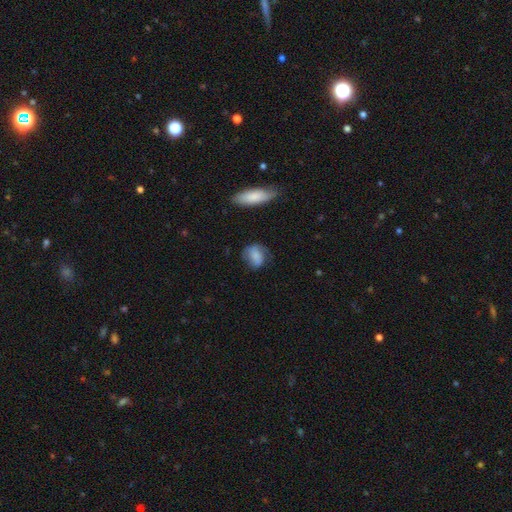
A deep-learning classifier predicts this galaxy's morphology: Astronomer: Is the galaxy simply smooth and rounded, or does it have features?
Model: smooth — 70%.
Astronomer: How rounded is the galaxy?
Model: in between — 60% (runner-up: round, 38%).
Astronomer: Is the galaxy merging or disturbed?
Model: none — 57%.